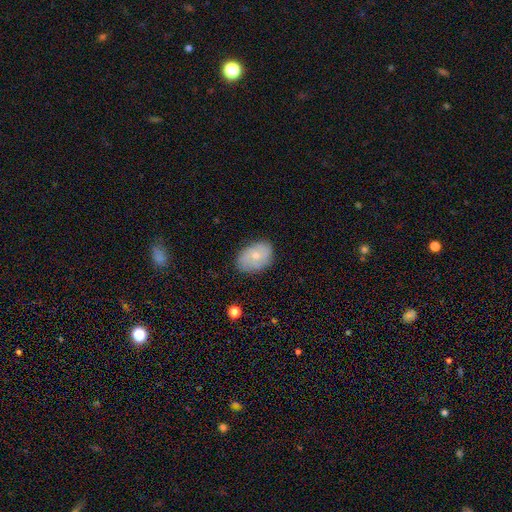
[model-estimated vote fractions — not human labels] A smooth galaxy with no disk features (59%) that is in between round and cigar-shaped (82%). Merging: none (79%).